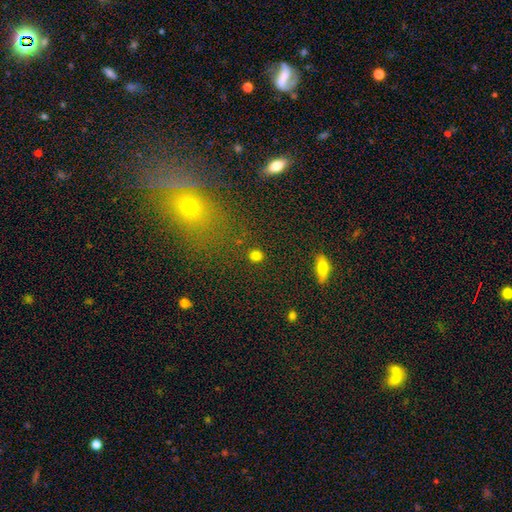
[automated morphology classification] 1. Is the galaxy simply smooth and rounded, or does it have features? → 81% smooth, 14% star or artifact, 5% featured or disk.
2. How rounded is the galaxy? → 86% round, 13% in between, 1% cigar-shaped.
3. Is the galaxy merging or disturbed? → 89% none, 6% minor disturbance, 3% merger, 3% major disturbance.